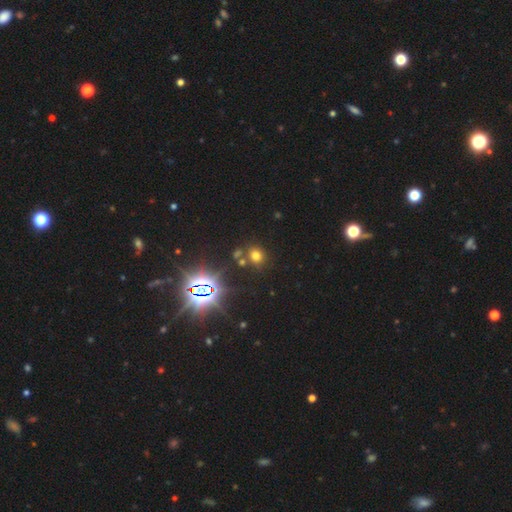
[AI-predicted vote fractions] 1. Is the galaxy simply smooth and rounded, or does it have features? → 60% smooth, 32% star or artifact, 8% featured or disk.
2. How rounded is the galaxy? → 78% round, 21% in between, 1% cigar-shaped.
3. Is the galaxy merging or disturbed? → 72% none, 14% merger, 10% minor disturbance, 4% major disturbance.